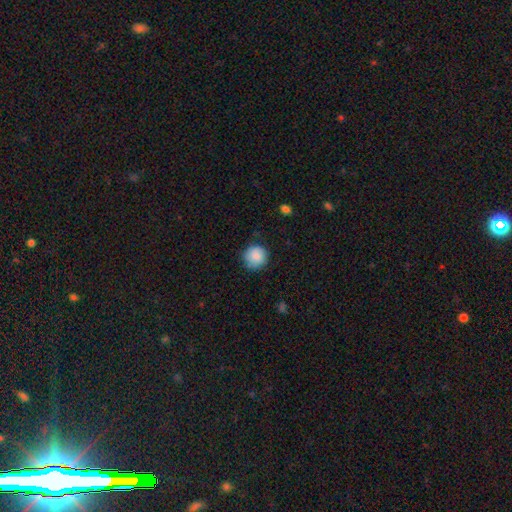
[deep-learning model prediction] This is clearly a smooth galaxy (87%). How rounded: clearly round (92%). Merging: likely none (78%).